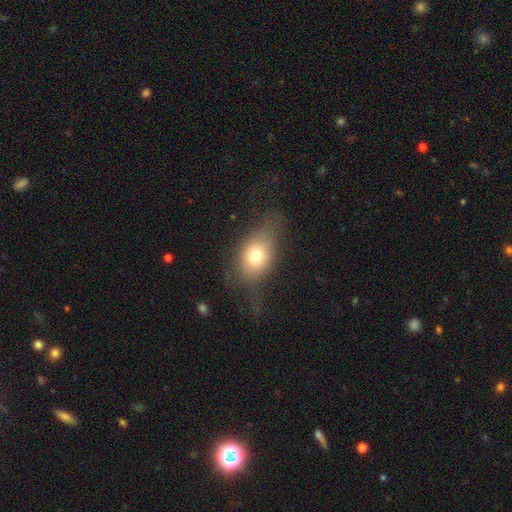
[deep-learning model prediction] The model was most divided on "merging": none: 52%, minor disturbance: 26%, major disturbance: 20%, merger: 2%. More confident: smooth or featured — smooth (69%); how rounded — in between (68%).